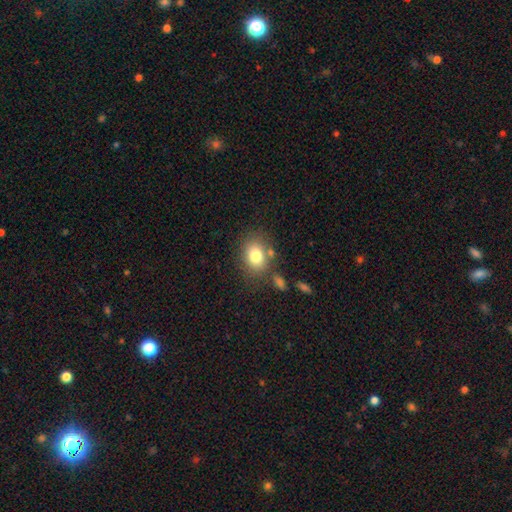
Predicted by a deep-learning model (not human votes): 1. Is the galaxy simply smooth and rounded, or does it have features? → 78% smooth, 12% featured or disk, 10% star or artifact.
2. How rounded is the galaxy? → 57% in between, 42% round, 1% cigar-shaped.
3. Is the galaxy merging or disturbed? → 72% none, 14% minor disturbance, 9% merger, 5% major disturbance.